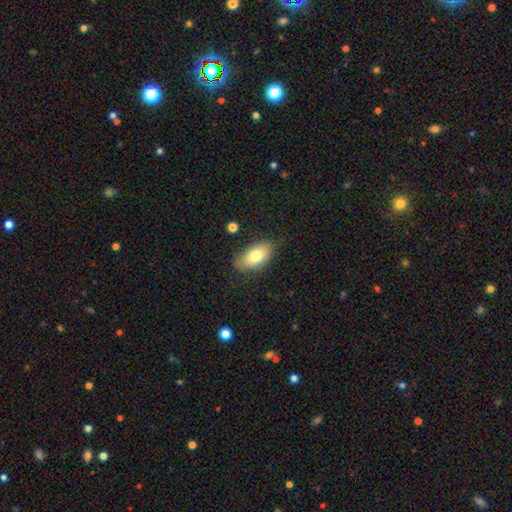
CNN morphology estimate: Smooth or featured? smooth (76%)
How rounded? in between (92%)
Merging? none (72%)